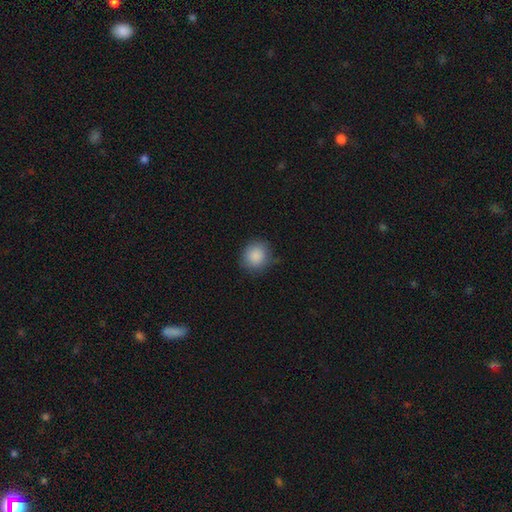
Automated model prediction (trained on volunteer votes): The model was most divided on "how rounded": round: 78%, in between: 21%, cigar-shaped: 1%. More confident: smooth or featured — smooth (88%); merging — none (81%).